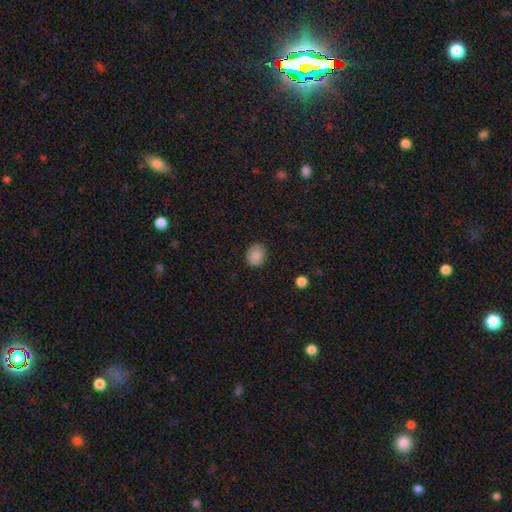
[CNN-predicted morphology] type=smooth (87%); roundness=round (62%); merging=none (84%).